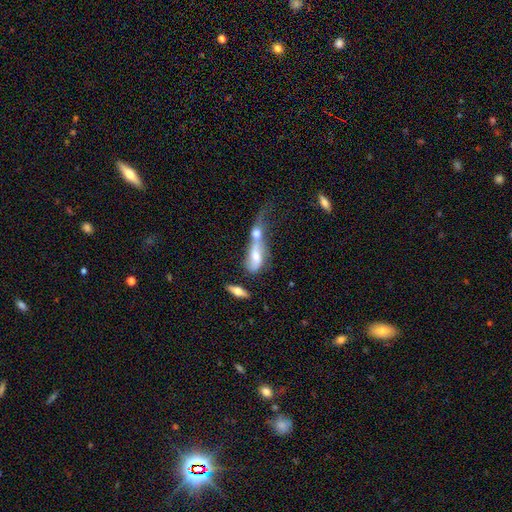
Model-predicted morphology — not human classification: smooth_or_featured: featured or disk (p=0.48) [alt: smooth p=0.41]
merging: merger (p=0.72) [alt: major disturbance p=0.11]